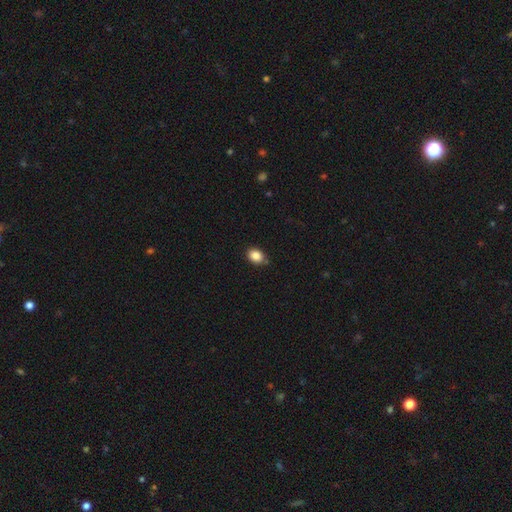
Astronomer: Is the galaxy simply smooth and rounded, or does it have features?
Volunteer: smooth — 85%.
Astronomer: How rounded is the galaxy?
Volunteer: in between — 76%.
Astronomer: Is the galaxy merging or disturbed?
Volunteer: none — 67%.